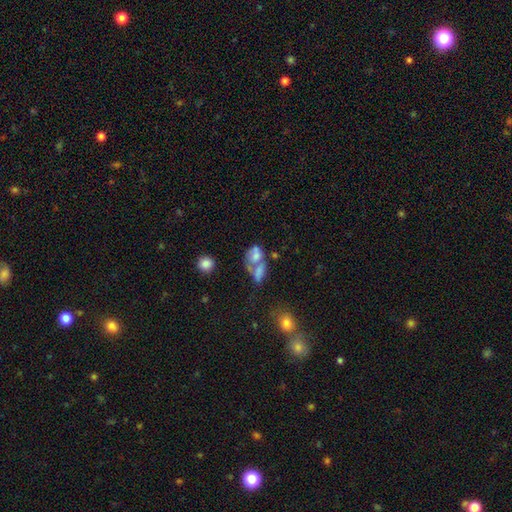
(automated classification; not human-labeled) Smooth or featured?
  - smooth: 55% *
  - featured or disk: 32%
  - star or artifact: 13%
How rounded?
  - in between: 74% *
  - round: 23%
  - cigar-shaped: 3%
Merging?
  - merger: 58% *
  - none: 17%
  - major disturbance: 14%
  - minor disturbance: 10%